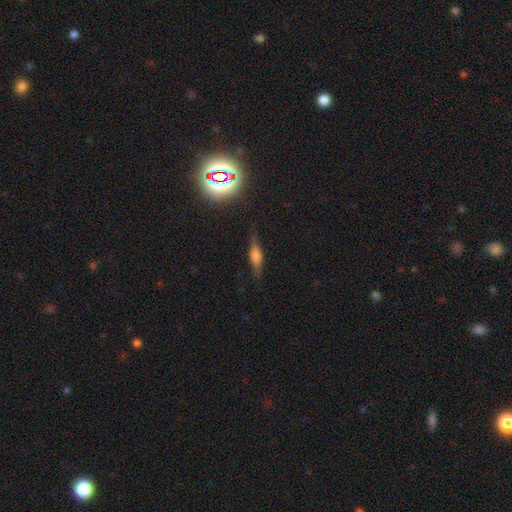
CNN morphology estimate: smooth-or-featured: featured or disk: 48% | smooth: 40% | star or artifact: 12%
  merging: none: 79% | minor disturbance: 15% | major disturbance: 4% | merger: 2%